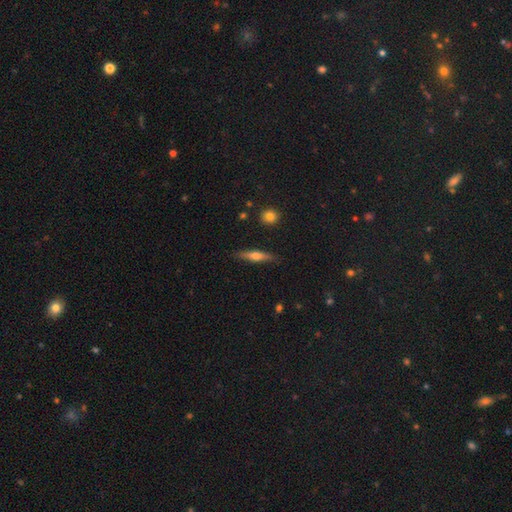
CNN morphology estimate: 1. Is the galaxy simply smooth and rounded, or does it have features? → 49% featured or disk, 45% smooth, 6% star or artifact.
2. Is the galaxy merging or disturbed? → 86% none, 10% minor disturbance, 2% major disturbance, 2% merger.